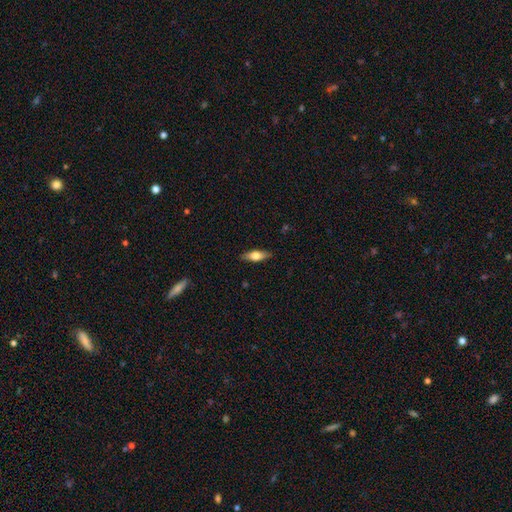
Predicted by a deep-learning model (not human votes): This is likely a smooth galaxy (62%). How rounded: possibly in between (55%). Merging: clearly none (88%).